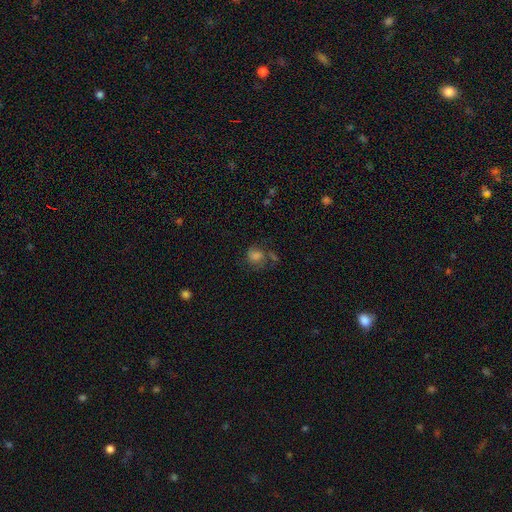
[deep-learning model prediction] Smooth or featured? smooth (63%)
How rounded? round (59%)
Merging? none (42%)